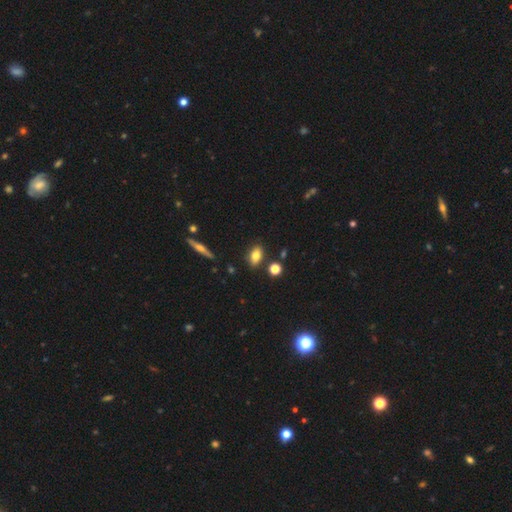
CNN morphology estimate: Smooth or featured: smooth — 74% (featured or disk — 16%)
How rounded: in between — 81% (round — 12%)
Merging: none — 82% (minor disturbance — 10%)